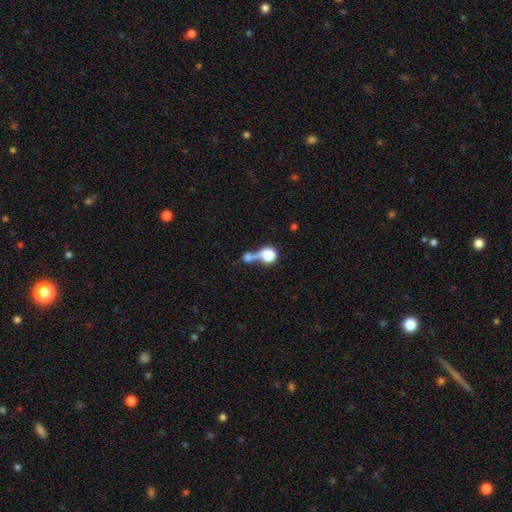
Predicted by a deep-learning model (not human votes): smooth 63%, featured or disk 20%, star or artifact 17%. Down the decision tree: how rounded — round (72%); merging — merger (49%).